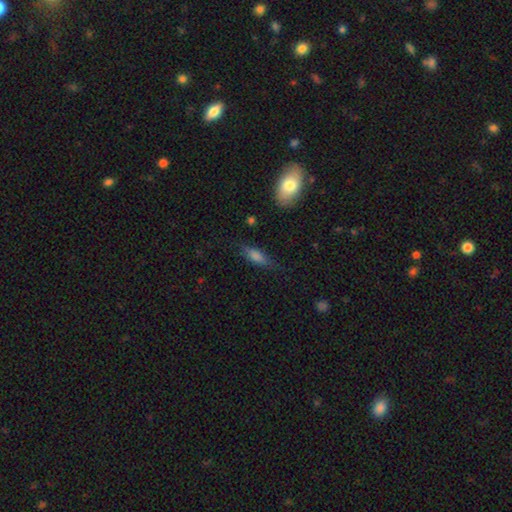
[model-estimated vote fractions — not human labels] Smooth or featured: smooth — 72% (featured or disk — 19%)
How rounded: in between — 58% (cigar-shaped — 38%)
Merging: none — 71% (minor disturbance — 21%)